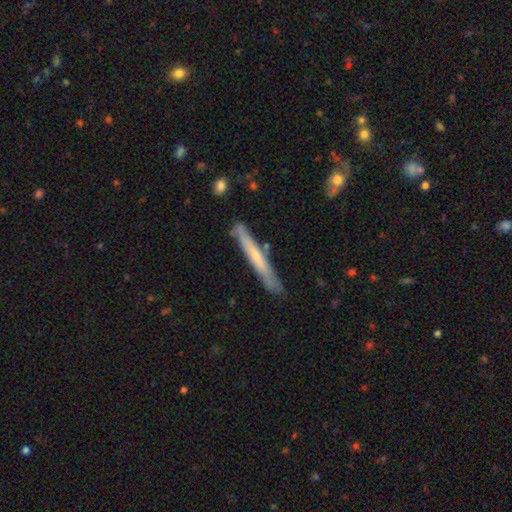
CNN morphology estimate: A smooth galaxy with no disk features (51%) that is cigar-shaped (96%). Merging: none (84%).